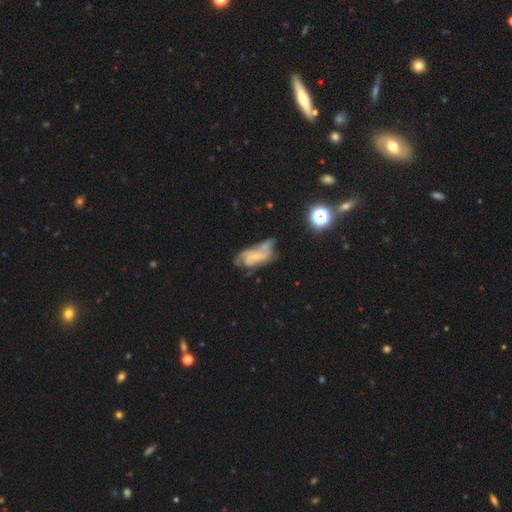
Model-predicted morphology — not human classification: smooth_or_featured: featured or disk (p=0.62) [alt: smooth p=0.27]
disk_edge_on: no (p=0.94) [alt: yes p=0.06]
bar: no (p=0.71) [alt: weak p=0.23]
has_spiral_arms: yes (p=0.71) [alt: no p=0.29]
bulge_size: small (p=0.54) [alt: none p=0.26]
merging: major disturbance (p=0.31) [tied with: none p=0.31]